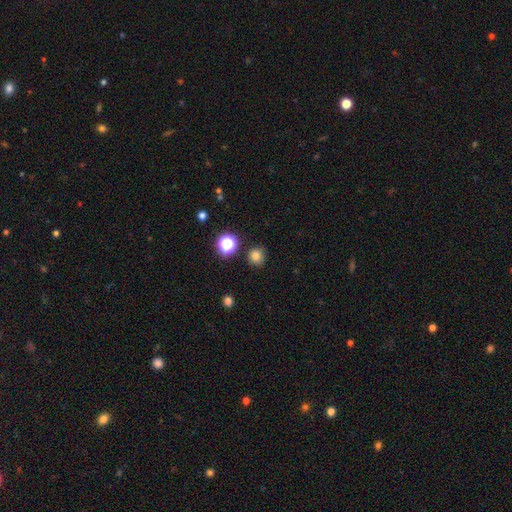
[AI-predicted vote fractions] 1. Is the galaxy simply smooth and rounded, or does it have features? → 79% smooth, 16% star or artifact, 5% featured or disk.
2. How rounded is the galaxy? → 90% round, 9% in between, 1% cigar-shaped.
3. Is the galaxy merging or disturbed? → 86% none, 8% minor disturbance, 3% merger, 3% major disturbance.